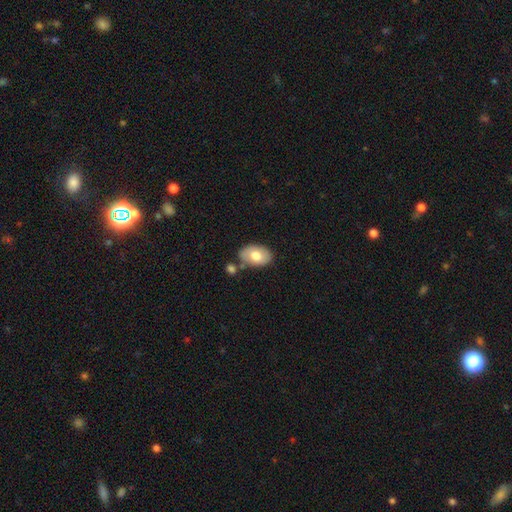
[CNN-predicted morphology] Q: Smooth or featured?
A: smooth (73%); runner-up: featured or disk (21%)
Q: How rounded?
A: in between (88%); runner-up: round (11%)
Q: Merging?
A: none (69%); runner-up: minor disturbance (16%)